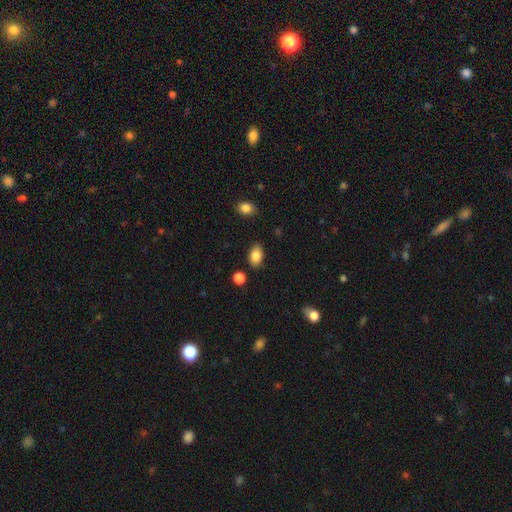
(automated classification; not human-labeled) This is clearly a smooth galaxy (86%). How rounded: clearly in between (90%). Merging: clearly none (83%).